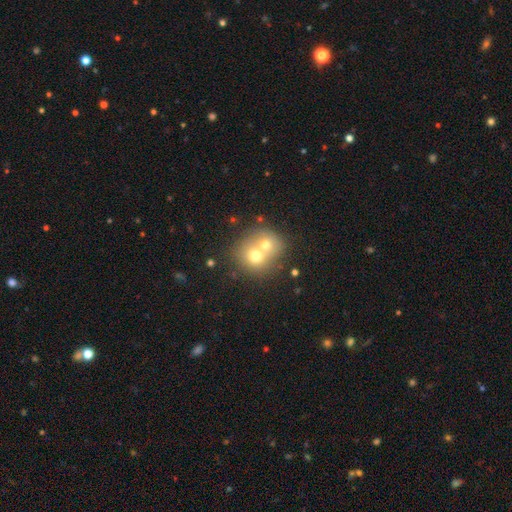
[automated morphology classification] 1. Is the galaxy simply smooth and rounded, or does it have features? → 65% smooth, 23% featured or disk, 12% star or artifact.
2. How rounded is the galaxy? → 78% round, 21% in between, 1% cigar-shaped.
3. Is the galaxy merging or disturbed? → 68% merger, 24% none, 5% minor disturbance, 3% major disturbance.